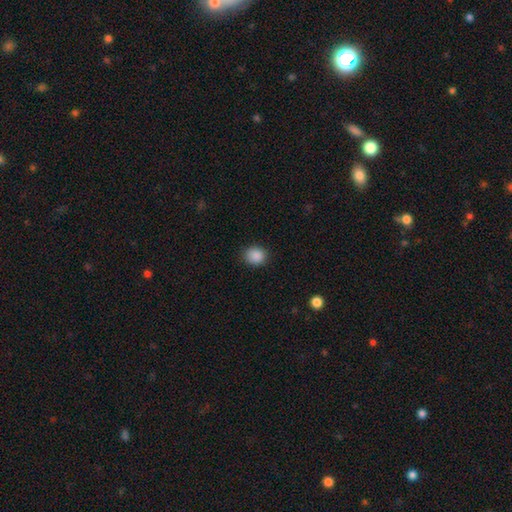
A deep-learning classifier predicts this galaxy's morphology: type=smooth (88%); roundness=round (77%); merging=none (88%).